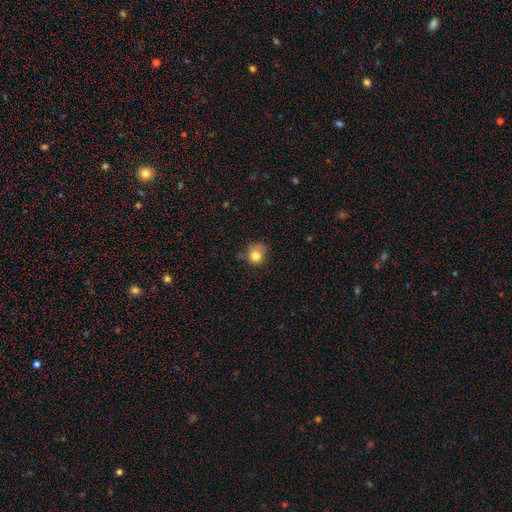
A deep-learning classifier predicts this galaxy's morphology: smooth-or-featured: smooth: 78% | star or artifact: 11% | featured or disk: 10%
  how-rounded: round: 77% | in between: 22% | cigar-shaped: 1%
  merging: none: 52% | minor disturbance: 31% | major disturbance: 13% | merger: 4%